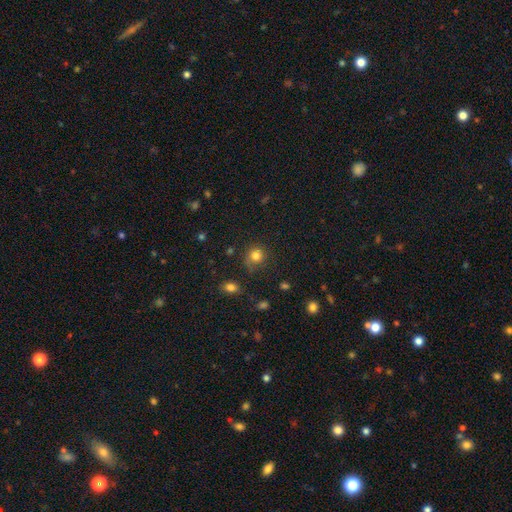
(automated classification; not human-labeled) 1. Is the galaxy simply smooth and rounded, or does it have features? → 81% smooth, 12% star or artifact, 7% featured or disk.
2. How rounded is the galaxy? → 84% round, 15% in between, 1% cigar-shaped.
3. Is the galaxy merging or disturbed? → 68% none, 20% minor disturbance, 9% major disturbance, 3% merger.